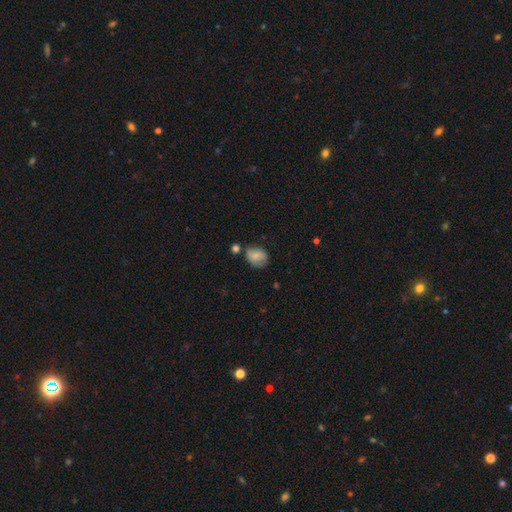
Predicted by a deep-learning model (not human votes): Smooth or featured? Predicted: smooth (p=0.80). How rounded? Predicted: in between (p=0.52). Merging? Predicted: none (p=0.57).